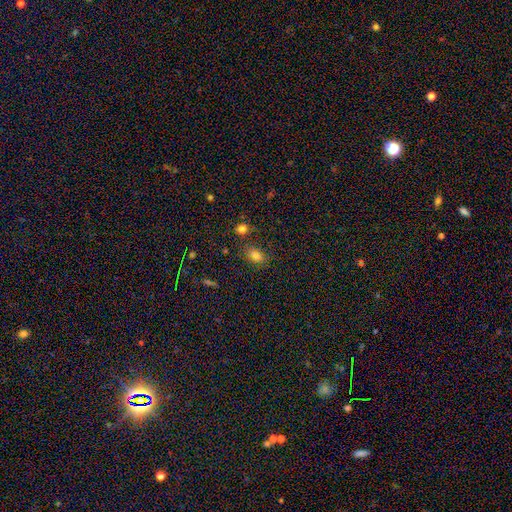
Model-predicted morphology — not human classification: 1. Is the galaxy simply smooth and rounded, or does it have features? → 80% smooth, 13% star or artifact, 7% featured or disk.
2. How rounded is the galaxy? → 80% in between, 17% round, 2% cigar-shaped.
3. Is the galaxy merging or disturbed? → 76% none, 13% minor disturbance, 7% merger, 4% major disturbance.